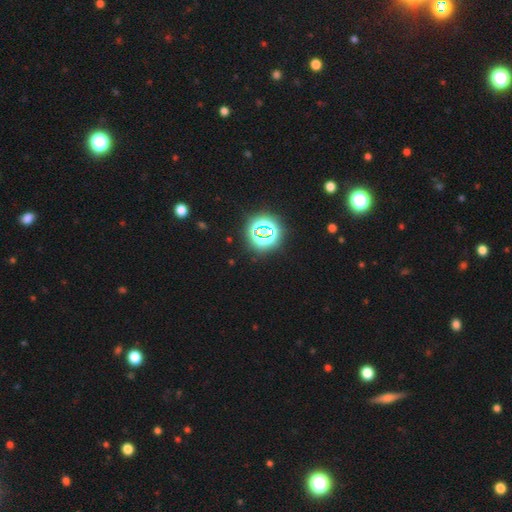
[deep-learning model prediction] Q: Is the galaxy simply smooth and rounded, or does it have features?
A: star or artifact — 80%.